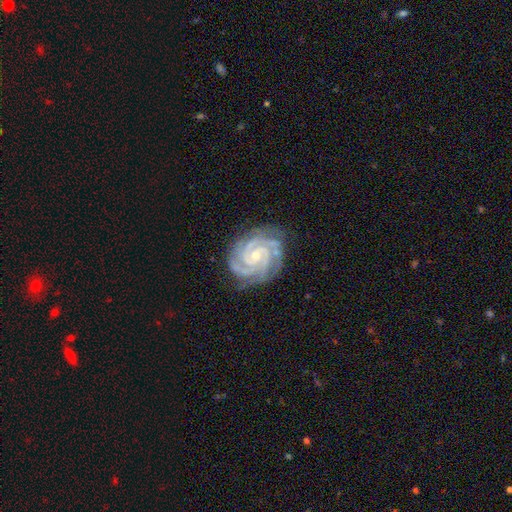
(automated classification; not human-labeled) This appears to be a featured or disk galaxy (93%) with no bar (63%), 3 (36%) tight (79%) spiral arms (99%) and a small central bulge (71%). Merging: none (80%).